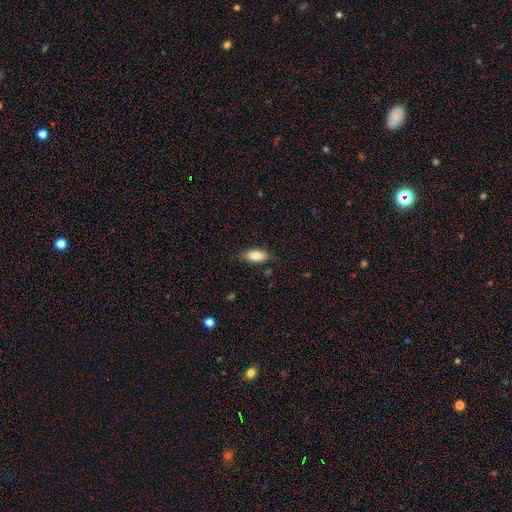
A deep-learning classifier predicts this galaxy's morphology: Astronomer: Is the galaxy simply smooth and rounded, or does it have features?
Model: smooth — 84%.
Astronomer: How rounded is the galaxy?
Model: in between — 82%.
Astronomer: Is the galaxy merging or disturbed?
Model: none — 83%.